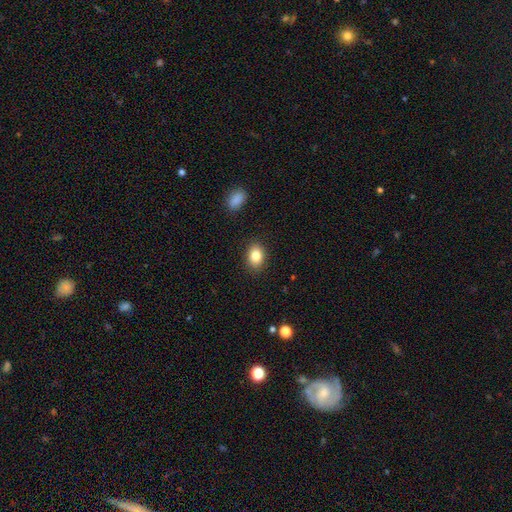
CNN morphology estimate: smooth-or-featured: smooth: 84% | star or artifact: 9% | featured or disk: 7%
  how-rounded: in between: 74% | round: 25% | cigar-shaped: 1%
  merging: none: 88% | minor disturbance: 8% | major disturbance: 2% | merger: 1%